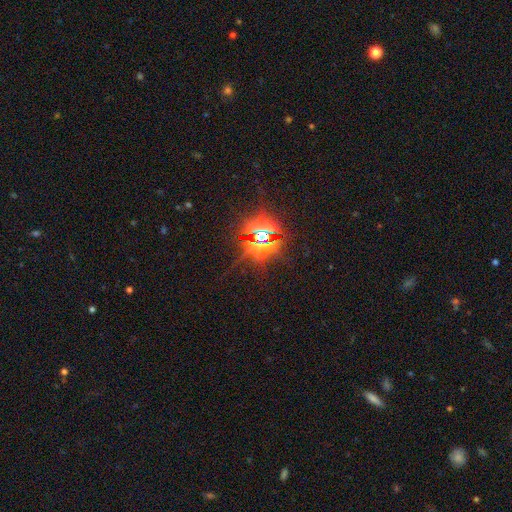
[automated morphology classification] Overall: star or artifact (83%).